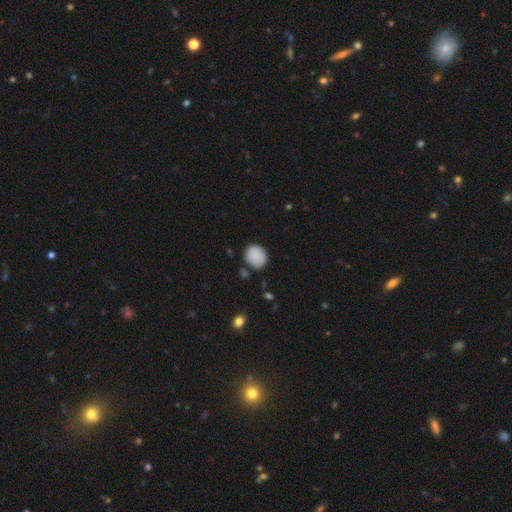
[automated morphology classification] Q: Smooth or featured?
A: smooth (88%); runner-up: star or artifact (8%)
Q: How rounded?
A: round (77%); runner-up: in between (22%)
Q: Merging?
A: none (77%); runner-up: minor disturbance (16%)